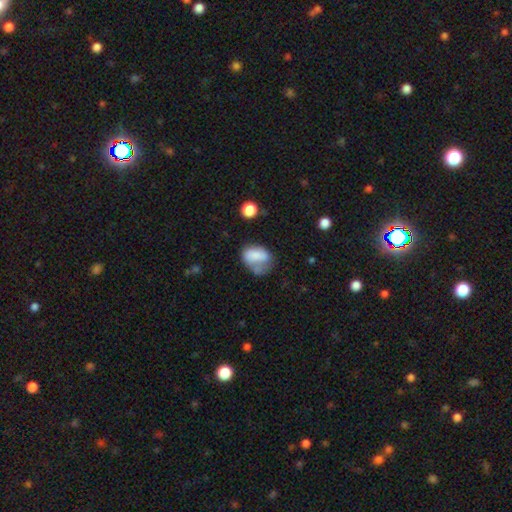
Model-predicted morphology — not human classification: This is likely a smooth galaxy (73%). How rounded: likely in between (79%). Merging: marginally none (31%).